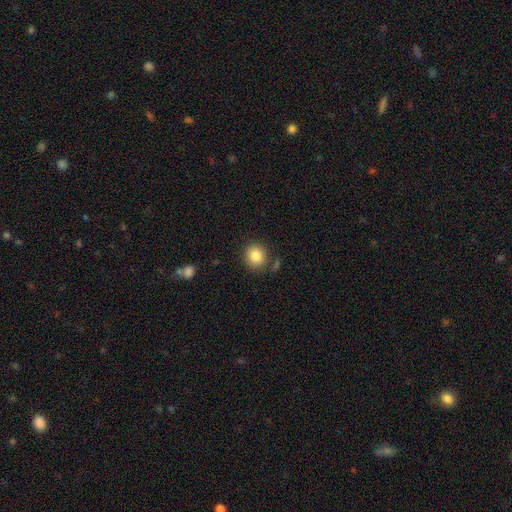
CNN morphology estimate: Smooth or featured: smooth — 85% (star or artifact — 9%)
How rounded: round — 84% (in between — 15%)
Merging: none — 82% (minor disturbance — 10%)